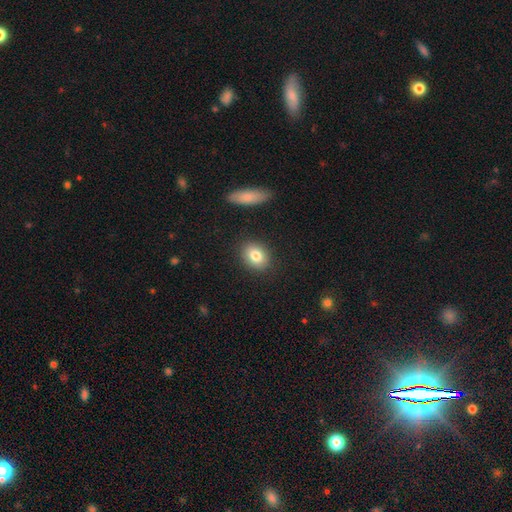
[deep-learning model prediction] smooth-or-featured: smooth: 81% | featured or disk: 10% | star or artifact: 8%
  how-rounded: in between: 53% | round: 45% | cigar-shaped: 1%
  merging: none: 87% | minor disturbance: 8% | major disturbance: 2% | merger: 2%